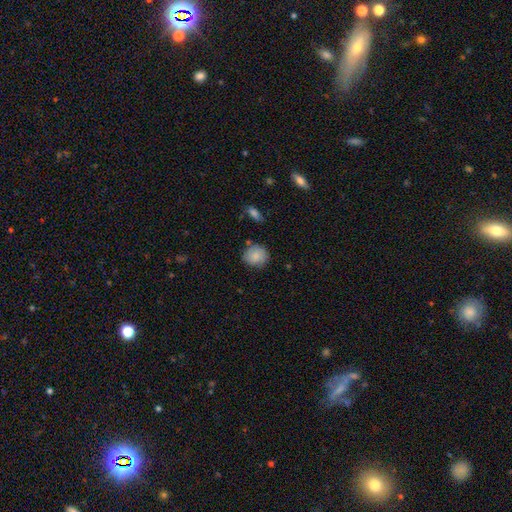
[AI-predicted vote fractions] Morphology: type=smooth (86%); roundness=round (81%); merging=none (79%).